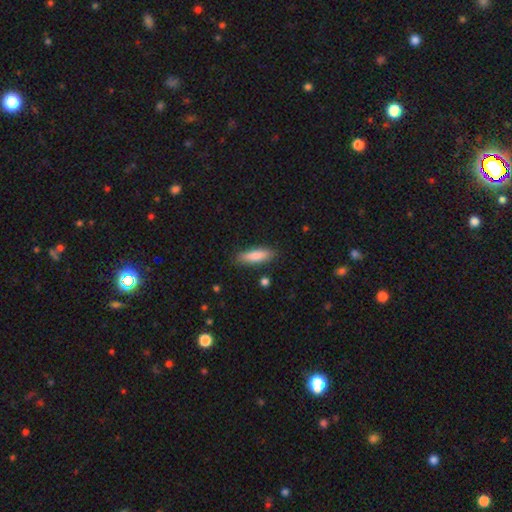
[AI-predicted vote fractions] smooth 84%, featured or disk 10%, star or artifact 6%. Down the decision tree: how rounded — cigar-shaped (53%); merging — none (85%).